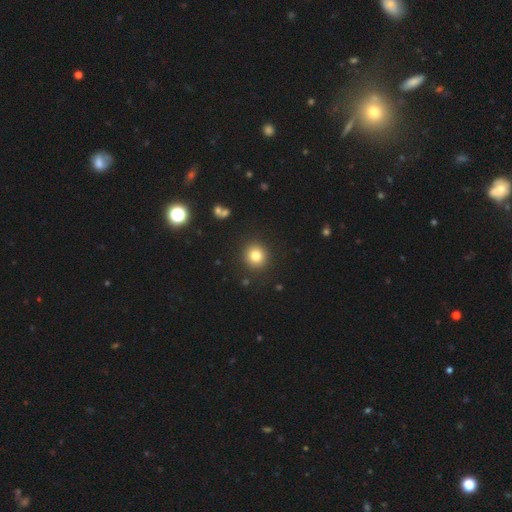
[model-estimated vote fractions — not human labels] This appears to be a smooth galaxy with no disk features (80%) that is round (91%). Merging: none (90%).